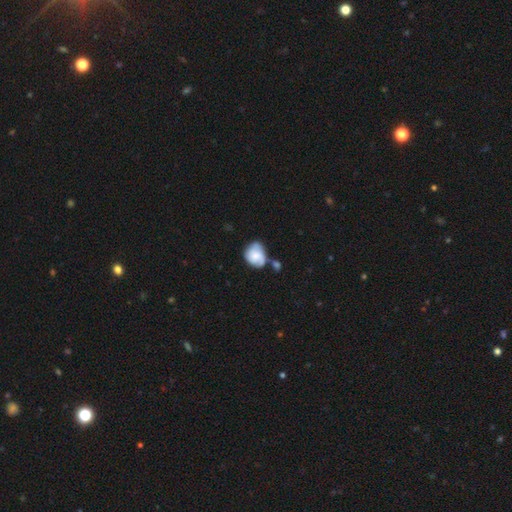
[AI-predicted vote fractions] Smooth or featured? smooth (55%)
How rounded? round (51%)
Merging? none (35%)